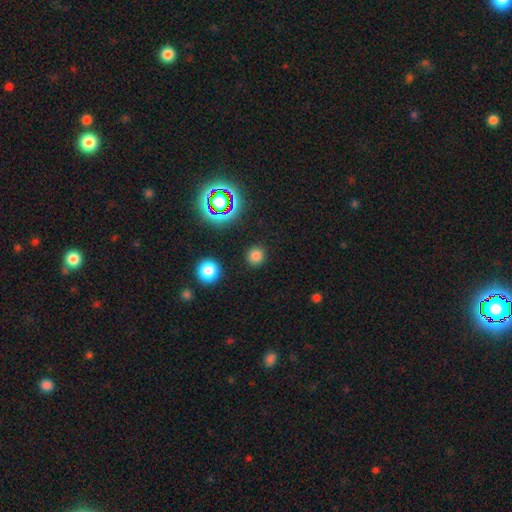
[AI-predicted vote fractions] Overall: smooth (74%). How rounded: round (91%). Merging: none (89%).